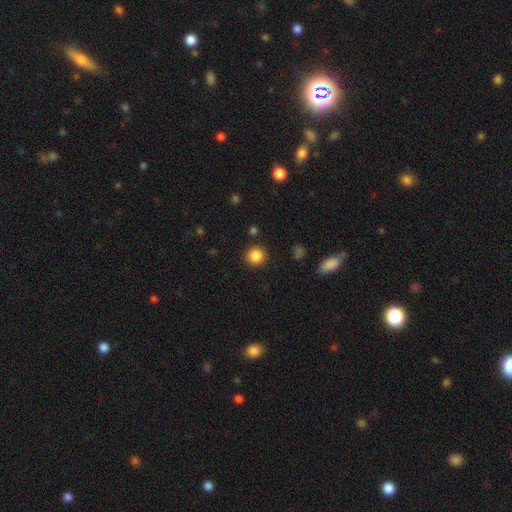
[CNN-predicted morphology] Smooth or featured?
  - smooth: 86% *
  - star or artifact: 10%
  - featured or disk: 3%
How rounded?
  - round: 93% *
  - in between: 7%
  - cigar-shaped: 1%
Merging?
  - none: 89% *
  - minor disturbance: 6%
  - major disturbance: 3%
  - merger: 2%